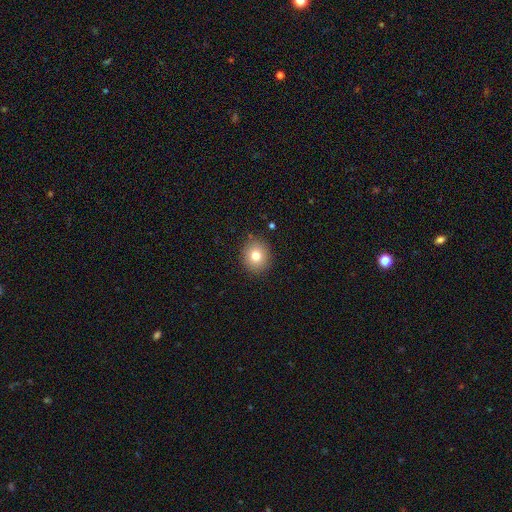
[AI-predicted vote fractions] Smooth or featured?
  - smooth: 78% *
  - star or artifact: 11%
  - featured or disk: 10%
How rounded?
  - round: 79% *
  - in between: 20%
  - cigar-shaped: 1%
Merging?
  - none: 89% *
  - minor disturbance: 7%
  - major disturbance: 2%
  - merger: 1%